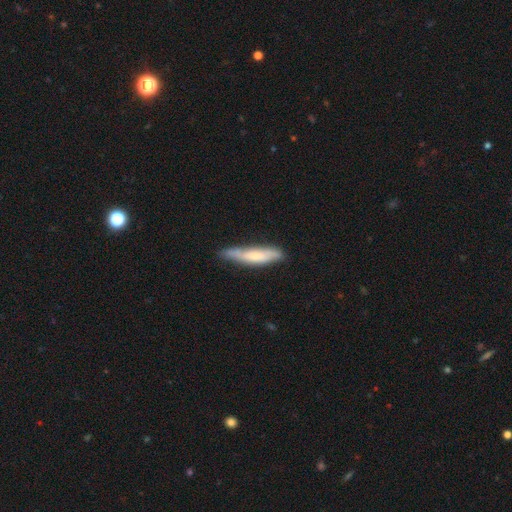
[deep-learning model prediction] A smooth galaxy with no disk features (60%) that is cigar-shaped (85%).

Vote fractions:
- Smooth or featured? smooth: 60% / featured or disk: 34% / star or artifact: 6%
- How rounded? cigar-shaped: 85% / in between: 14% / round: 1%
- Merging? none: 65% / minor disturbance: 27% / major disturbance: 5% / merger: 3%